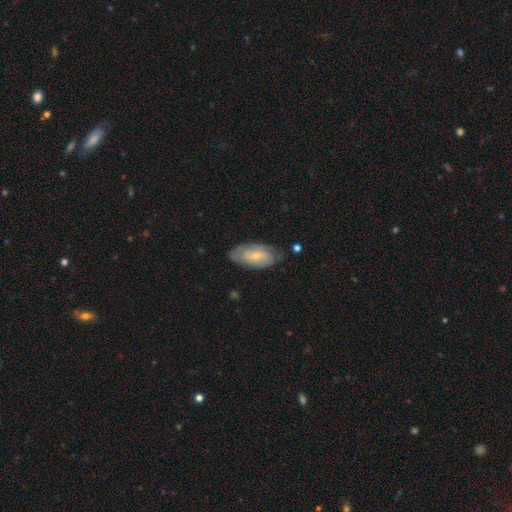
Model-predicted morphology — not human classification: smooth-or-featured: smooth: 47% (tied) | featured or disk: 47% (tied) | star or artifact: 6%
  merging: none: 67% | minor disturbance: 25% | major disturbance: 6% | merger: 2%